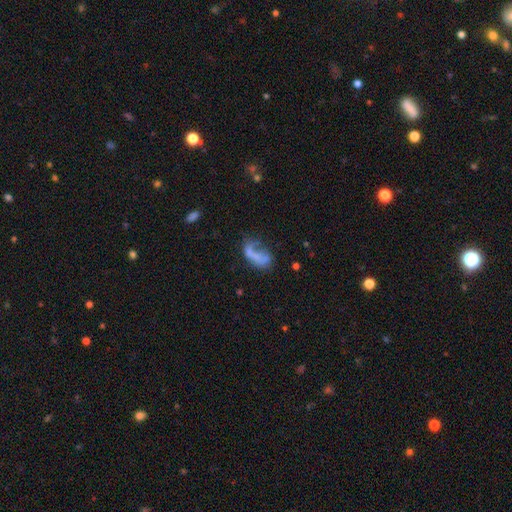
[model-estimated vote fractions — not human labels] A smooth galaxy with no disk features (49%).

Vote fractions:
- Smooth or featured? smooth: 49% / featured or disk: 38% / star or artifact: 12%
- Merging? major disturbance: 38% / none: 24% / merger: 20% / minor disturbance: 17%